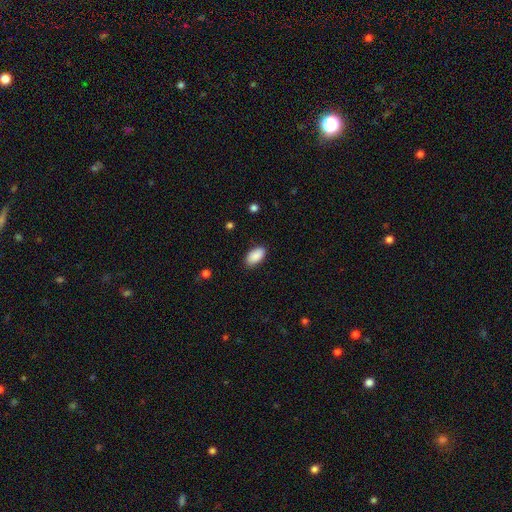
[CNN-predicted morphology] type=smooth (90%); roundness=in between (94%); merging=none (86%).